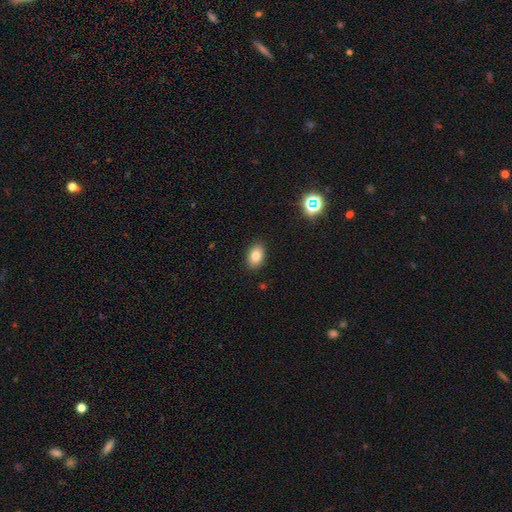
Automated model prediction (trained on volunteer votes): smooth 81%, star or artifact 9%, featured or disk 9%. Down the decision tree: how rounded — in between (88%); merging — none (89%).